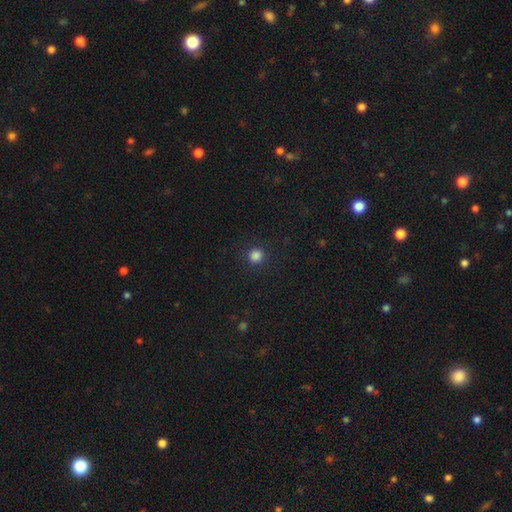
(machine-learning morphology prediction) smooth_or_featured: smooth (p=0.85) [alt: star or artifact p=0.12]
how_rounded: round (p=0.92) [alt: in between p=0.07]
merging: none (p=0.91) [alt: minor disturbance p=0.06]